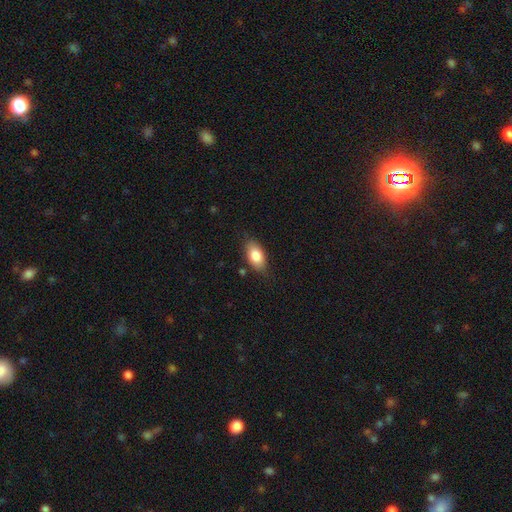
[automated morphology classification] Q: Smooth or featured?
A: smooth (83%); runner-up: featured or disk (10%)
Q: How rounded?
A: in between (90%); runner-up: cigar-shaped (5%)
Q: Merging?
A: none (78%); runner-up: minor disturbance (17%)